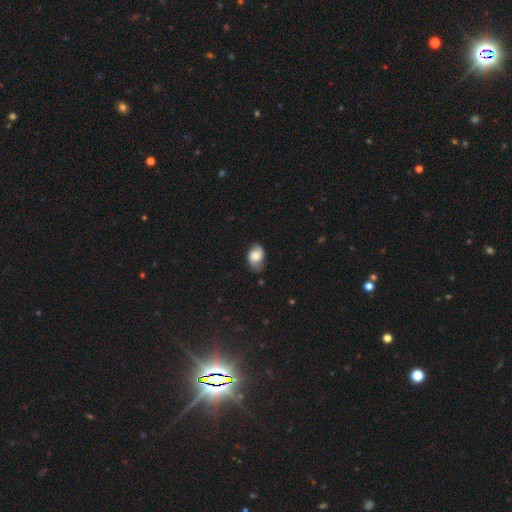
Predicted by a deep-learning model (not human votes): smooth_or_featured: smooth (p=0.55) [alt: featured or disk p=0.37]
how_rounded: in between (p=0.81) [alt: round p=0.17]
merging: none (p=0.71) [alt: minor disturbance p=0.22]